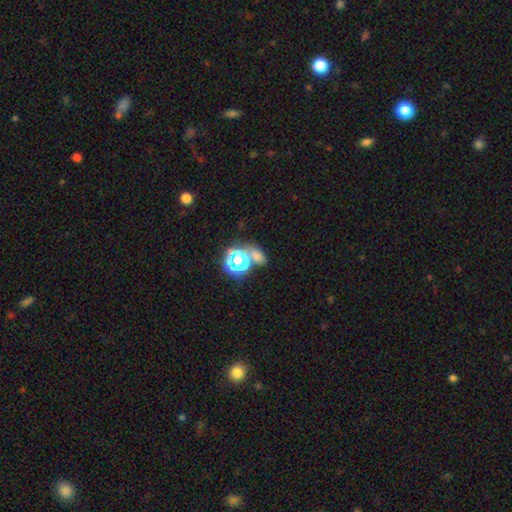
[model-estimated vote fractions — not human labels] A smooth galaxy with no disk features (52%) that is in between round and cigar-shaped (55%). Merging: none (50%).